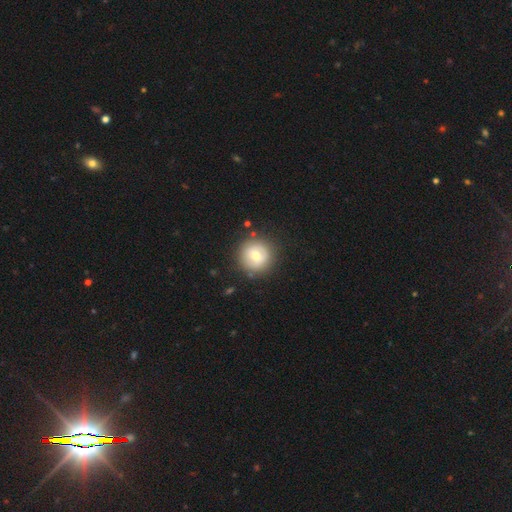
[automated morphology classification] The model was most divided on "smooth or featured": smooth: 66%, featured or disk: 25%, star or artifact: 9%. More confident: how rounded — round (95%); merging — none (85%).